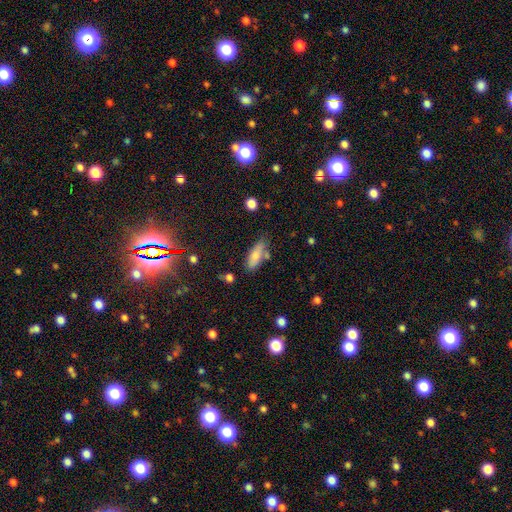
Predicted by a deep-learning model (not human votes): Morphology: type=smooth (77%); roundness=in between (60%); merging=none (64%).